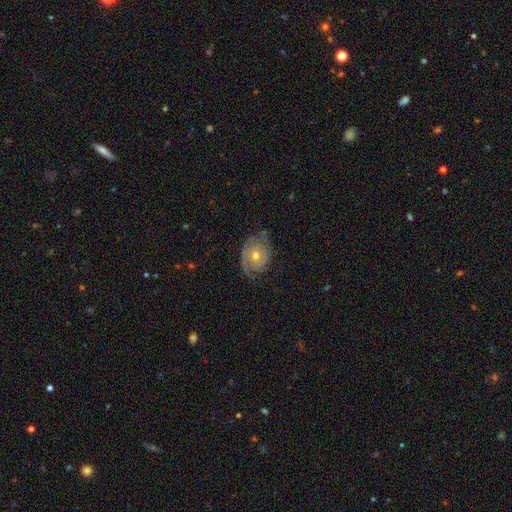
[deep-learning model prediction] A featured or disk galaxy (76%) with no bar (76%), 2 (49%) tight (62%) spiral arms (89%) and a moderate central bulge (60%). Merging: none (70%).